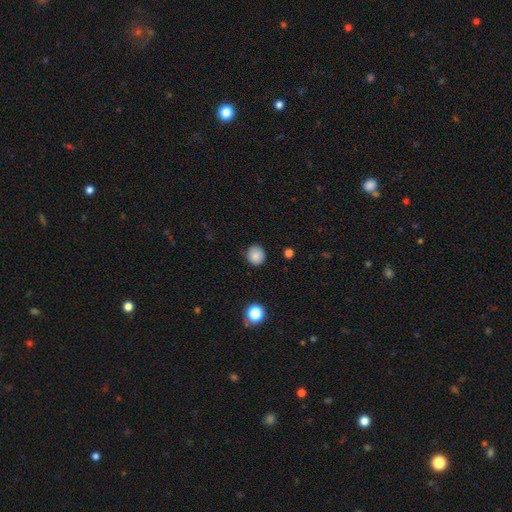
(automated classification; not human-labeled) smooth-or-featured: smooth: 85% | star or artifact: 10% | featured or disk: 5%
  how-rounded: round: 90% | in between: 9% | cigar-shaped: 1%
  merging: none: 85% | minor disturbance: 11% | major disturbance: 2% | merger: 1%